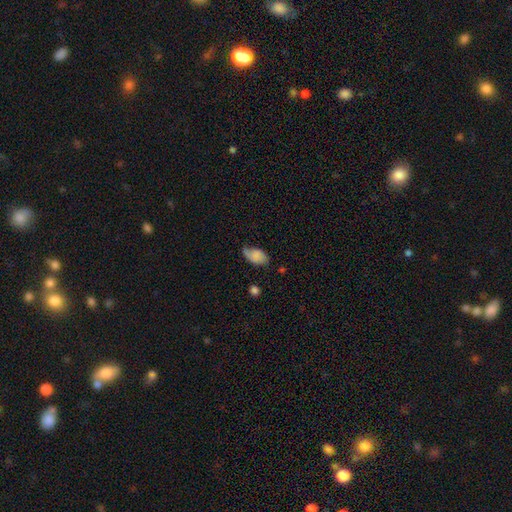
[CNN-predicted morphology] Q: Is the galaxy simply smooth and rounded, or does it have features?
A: smooth — 69%.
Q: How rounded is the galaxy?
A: in between — 91%.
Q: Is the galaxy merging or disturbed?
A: none — 46%.